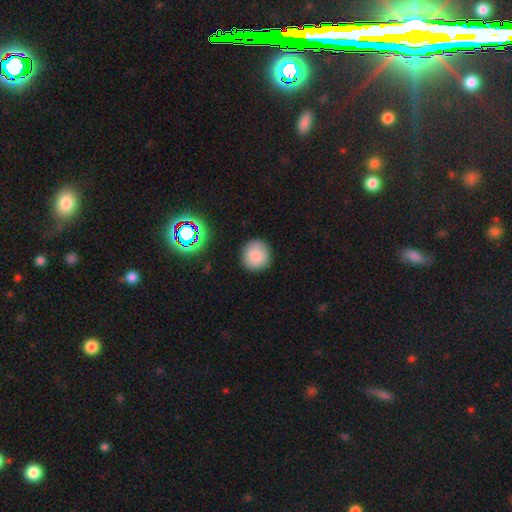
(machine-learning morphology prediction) smooth_or_featured: smooth (p=0.85) [alt: star or artifact p=0.10]
how_rounded: round (p=0.93) [alt: in between p=0.06]
merging: none (p=0.89) [alt: minor disturbance p=0.08]